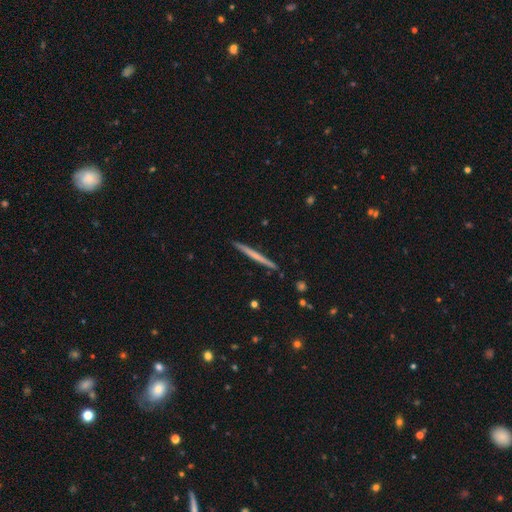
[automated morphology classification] The model was most divided on "smooth or featured": featured or disk: 48%, smooth: 47%, star or artifact: 5%. More confident: merging — none (92%).